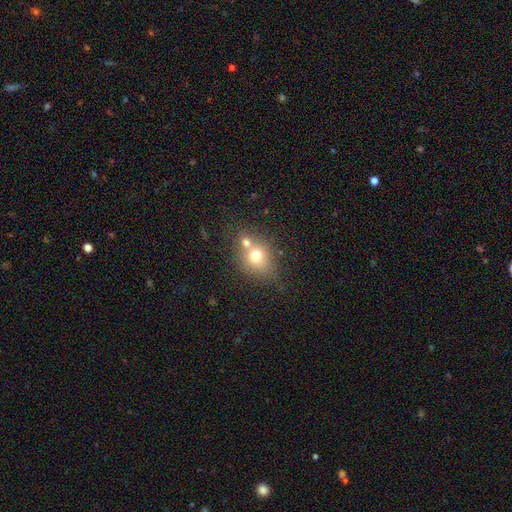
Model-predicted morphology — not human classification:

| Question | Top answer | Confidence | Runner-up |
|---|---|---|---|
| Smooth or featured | smooth | 68% | featured or disk (19%) |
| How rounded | round | 62% | in between (36%) |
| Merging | merger | 44% | none (42%) |